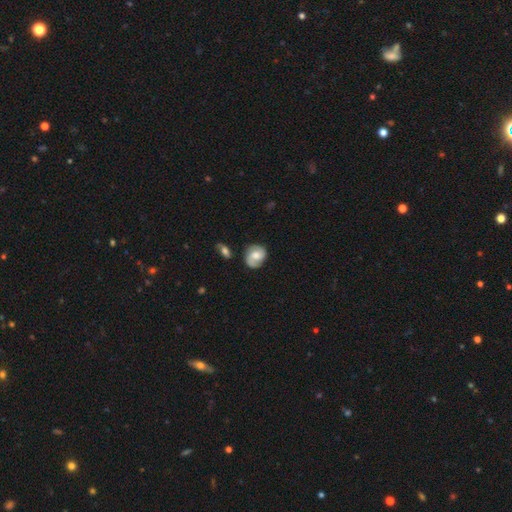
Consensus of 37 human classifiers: smooth_or_featured: smooth (p=0.51) [alt: featured or disk p=0.43]
how_rounded: round (p=0.63) [alt: in between p=0.32]
merging: none (p=0.60) [alt: minor disturbance p=0.34]